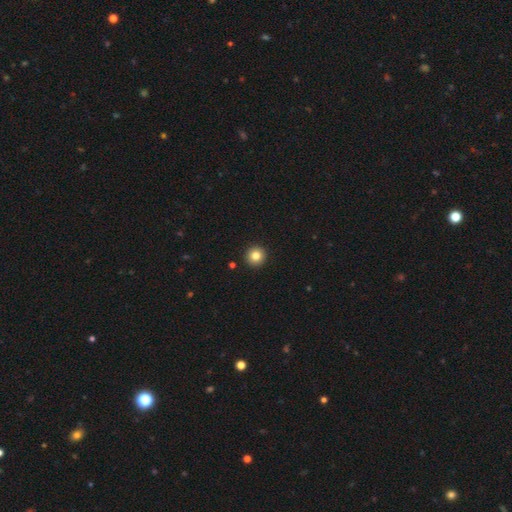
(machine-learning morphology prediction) smooth_or_featured: smooth (p=0.83) [alt: star or artifact p=0.10]
how_rounded: round (p=0.95) [alt: in between p=0.04]
merging: none (p=0.93) [alt: minor disturbance p=0.04]